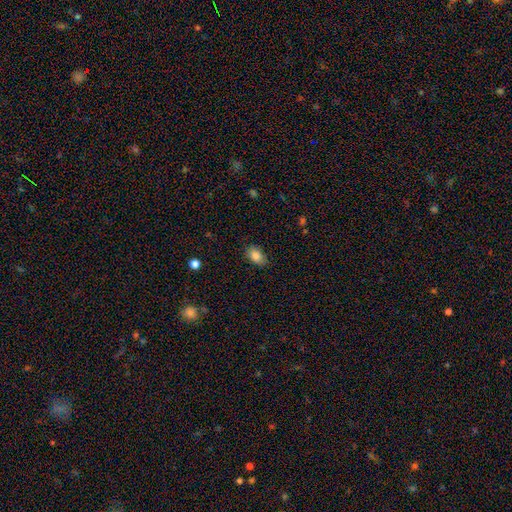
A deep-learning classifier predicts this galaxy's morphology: Smooth or featured: smooth — 84% (star or artifact — 9%)
How rounded: in between — 84% (round — 14%)
Merging: none — 83% (minor disturbance — 13%)